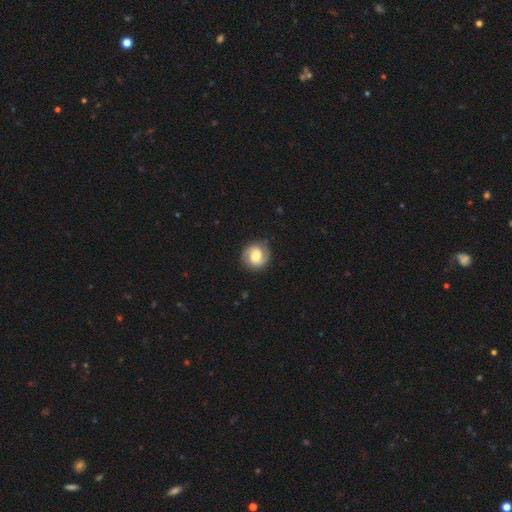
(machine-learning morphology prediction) type=featured or disk (64%); edge-on=no (98%); bar=weak (44%); spiral arms=yes (91%); winding=medium (43%); arm count=2 (88%); bulge=moderate (58%); merging=none (86%).